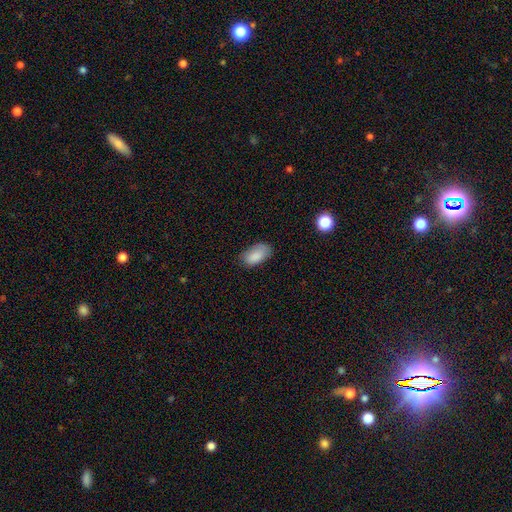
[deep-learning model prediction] smooth_or_featured: smooth (p=0.87) [alt: star or artifact p=0.07]
how_rounded: in between (p=0.94) [alt: round p=0.04]
merging: none (p=0.70) [alt: minor disturbance p=0.23]